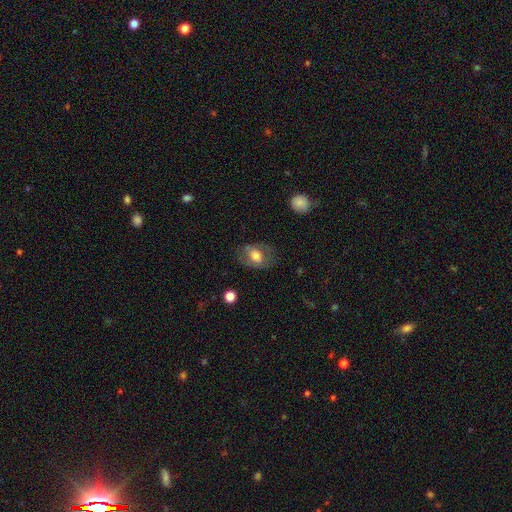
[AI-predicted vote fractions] A smooth galaxy with no disk features (59%) that is in between round and cigar-shaped (72%). Merging: none (68%).